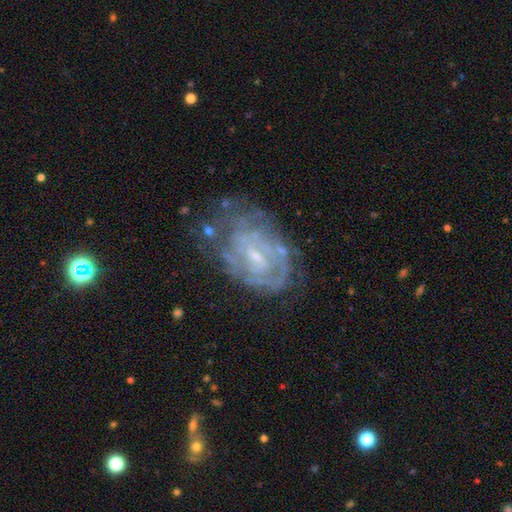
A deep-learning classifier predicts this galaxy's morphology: Smooth or featured? Predicted: featured or disk (p=0.77). Edge-on disk? Predicted: no (p=0.97). Bar? Predicted: weak (p=0.51). Spiral arms? Predicted: yes (p=0.77). Spiral winding? Predicted: tight (p=0.62). Spiral arm count? Predicted: can't tell (p=0.55). Bulge size? Predicted: small (p=0.63). Merging? Predicted: none (p=0.55).